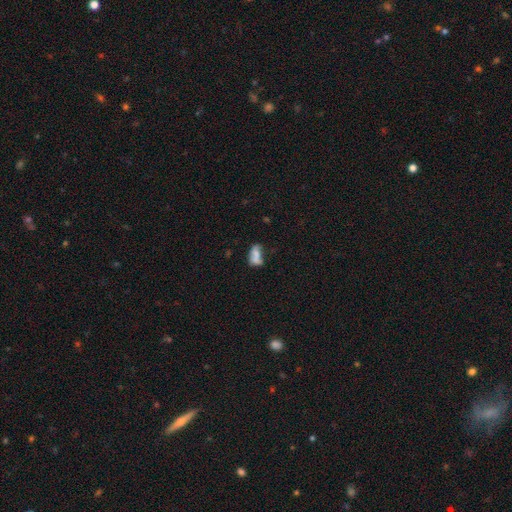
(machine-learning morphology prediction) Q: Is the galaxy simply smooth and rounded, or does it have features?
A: smooth — 66%.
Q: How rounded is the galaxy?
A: in between — 84%.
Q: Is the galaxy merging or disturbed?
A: none — 34%.